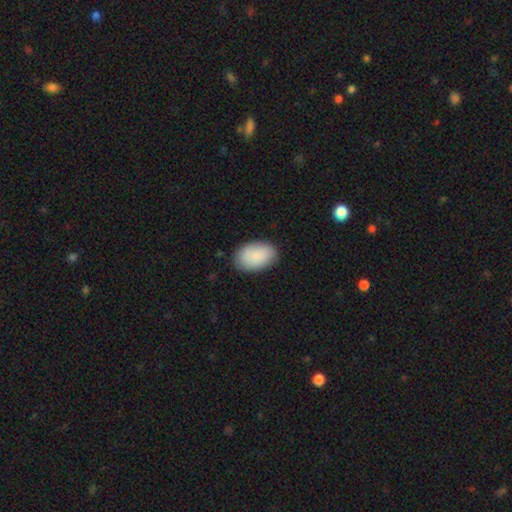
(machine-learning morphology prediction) smooth-or-featured: smooth: 87% | featured or disk: 8% | star or artifact: 6%
  how-rounded: in between: 91% | round: 7% | cigar-shaped: 1%
  merging: none: 84% | minor disturbance: 12% | major disturbance: 3% | merger: 1%